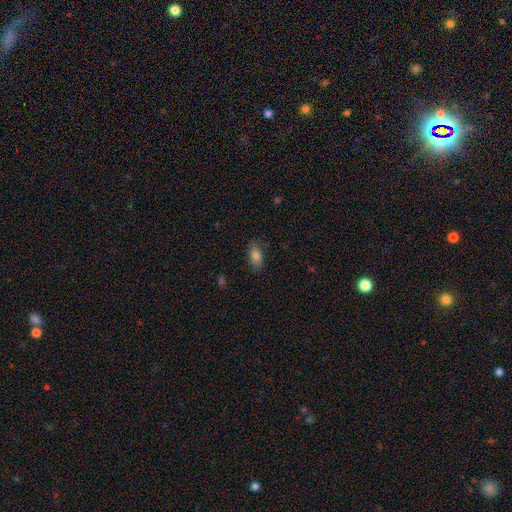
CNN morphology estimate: Smooth or featured?
  - smooth: 82% *
  - featured or disk: 10%
  - star or artifact: 8%
How rounded?
  - in between: 89% *
  - cigar-shaped: 7%
  - round: 4%
Merging?
  - none: 80% *
  - minor disturbance: 15%
  - major disturbance: 3%
  - merger: 1%